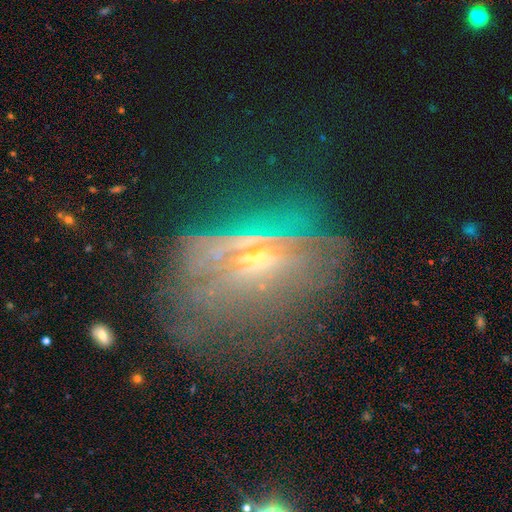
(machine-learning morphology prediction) Smooth or featured?
  - featured or disk: 50% *
  - star or artifact: 28%
  - smooth: 22%
Edge-on disk?
  - no: 78% *
  - yes: 22%
Merging?
  - none: 48% *
  - major disturbance: 28%
  - minor disturbance: 19%
  - merger: 5%